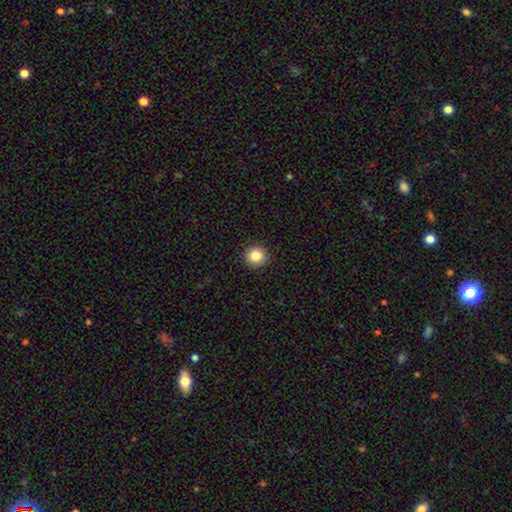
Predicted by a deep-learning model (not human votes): This appears to be a smooth galaxy with no disk features (85%) that is round (94%). Merging: none (93%).